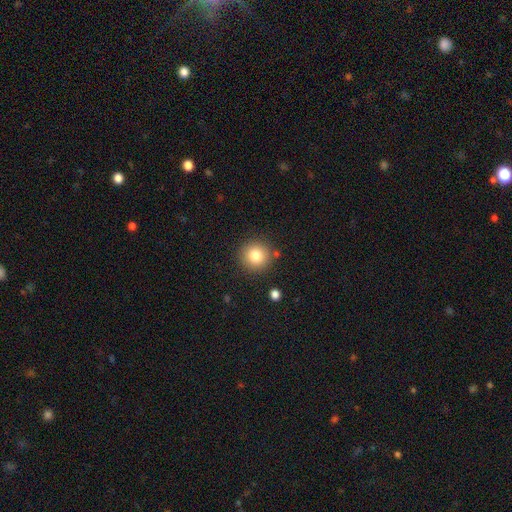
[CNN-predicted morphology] Q: Smooth or featured?
A: smooth (81%); runner-up: star or artifact (11%)
Q: How rounded?
A: round (93%); runner-up: in between (6%)
Q: Merging?
A: none (87%); runner-up: minor disturbance (7%)